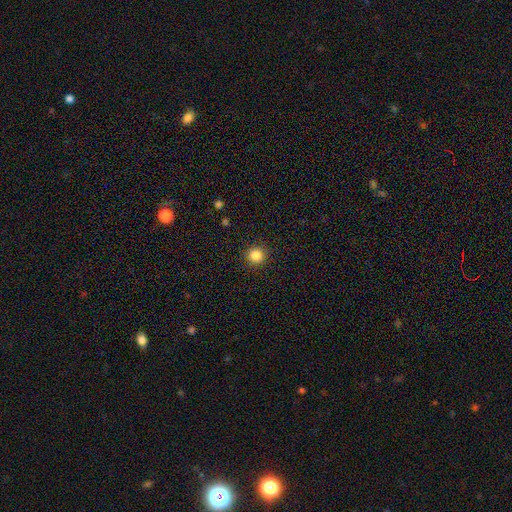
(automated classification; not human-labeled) A smooth galaxy with no disk features (86%) that is round (93%). Merging: none (91%).